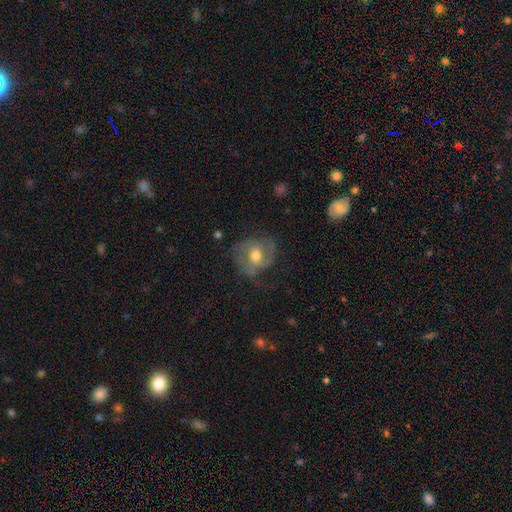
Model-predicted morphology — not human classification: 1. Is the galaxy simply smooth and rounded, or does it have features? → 60% featured or disk, 31% smooth, 9% star or artifact.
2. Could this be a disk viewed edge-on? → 96% no, 4% yes.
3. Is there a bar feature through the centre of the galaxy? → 59% no, 33% weak, 9% strong.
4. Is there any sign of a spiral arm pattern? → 74% yes, 26% no.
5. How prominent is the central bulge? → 73% moderate, 16% small, 8% large, 1% none, 1% dominant.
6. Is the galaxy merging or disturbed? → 59% none, 23% minor disturbance, 16% major disturbance, 2% merger.